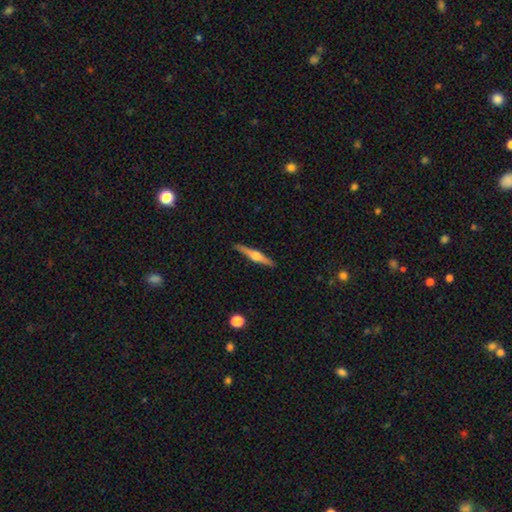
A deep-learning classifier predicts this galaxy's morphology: smooth-or-featured: featured or disk: 73% | smooth: 22% | star or artifact: 5%
  disk-edge-on: yes: 98% | no: 2%
    edge-on-bulge: rounded: 91% | boxy: 6% | none: 3%
  merging: none: 91% | minor disturbance: 6% | major disturbance: 1% | merger: 1%